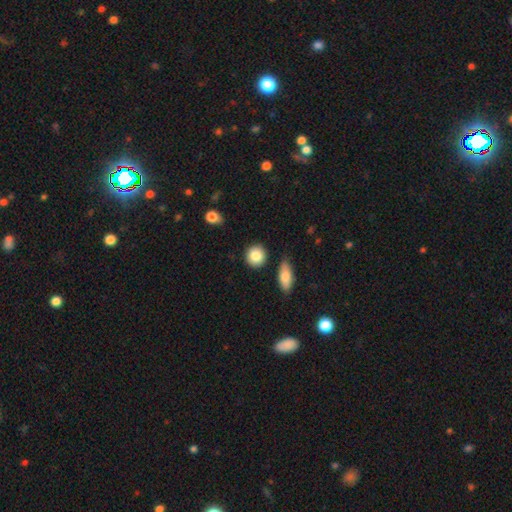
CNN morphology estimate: A smooth galaxy with no disk features (85%) that is round (83%). Merging: none (86%).